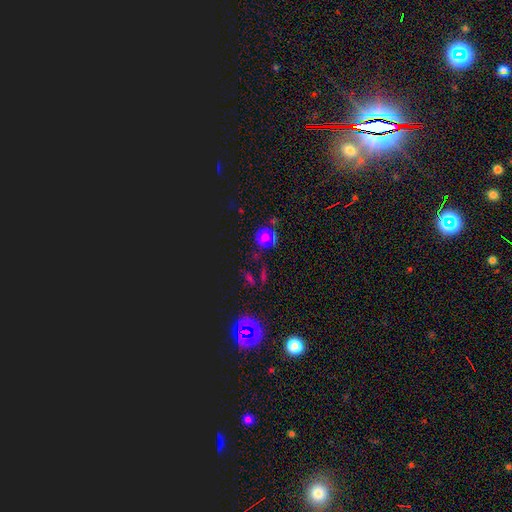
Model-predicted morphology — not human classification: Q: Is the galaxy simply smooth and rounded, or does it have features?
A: smooth — 62%.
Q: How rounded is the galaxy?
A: round — 87%.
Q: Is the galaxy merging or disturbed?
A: none — 76%.